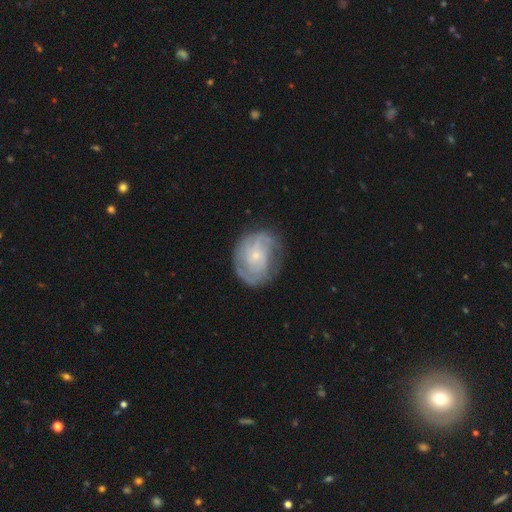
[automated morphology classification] featured or disk 77%, smooth 17%, star or artifact 6%. Down the decision tree: edge-on disk — no (98%); bar — no (74%); spiral arms — yes (90%); spiral arm count — can't tell (33%); spiral winding — tight (50%); bulge size — small (79%); merging — none (66%).